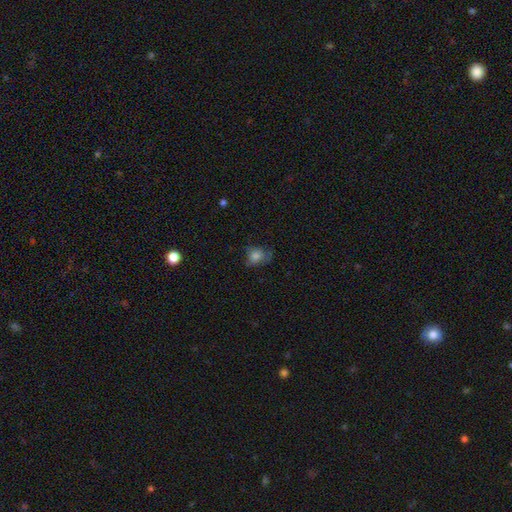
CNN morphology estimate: Smooth or featured?
  - smooth: 75% *
  - featured or disk: 13%
  - star or artifact: 12%
How rounded?
  - round: 58% *
  - in between: 41%
  - cigar-shaped: 1%
Merging?
  - none: 53% *
  - minor disturbance: 29%
  - major disturbance: 16%
  - merger: 2%